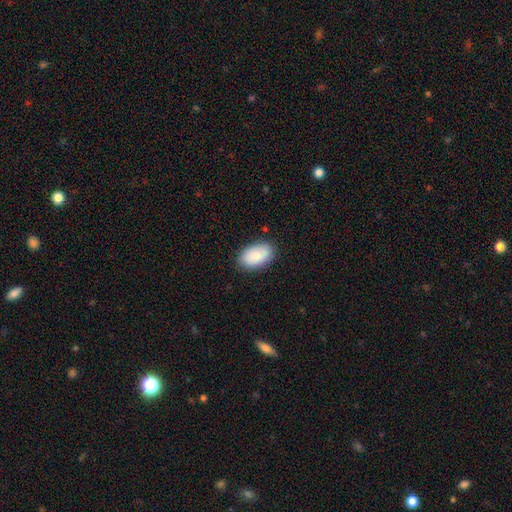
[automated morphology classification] Smooth or featured?
  - smooth: 83% *
  - featured or disk: 11%
  - star or artifact: 6%
How rounded?
  - in between: 93% *
  - round: 6%
  - cigar-shaped: 1%
Merging?
  - none: 84% *
  - minor disturbance: 13%
  - major disturbance: 3%
  - merger: 1%